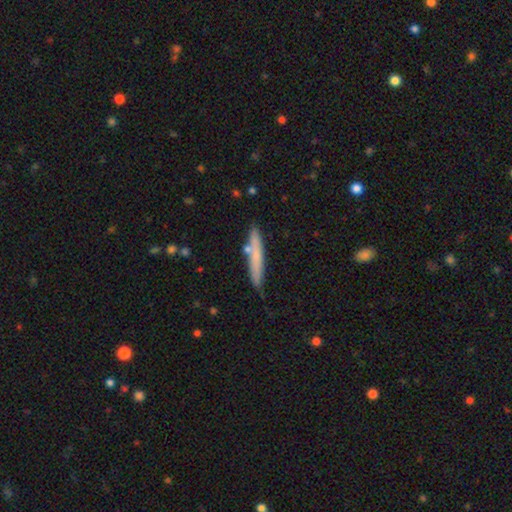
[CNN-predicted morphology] type=smooth (65%); roundness=cigar-shaped (93%); merging=none (79%).